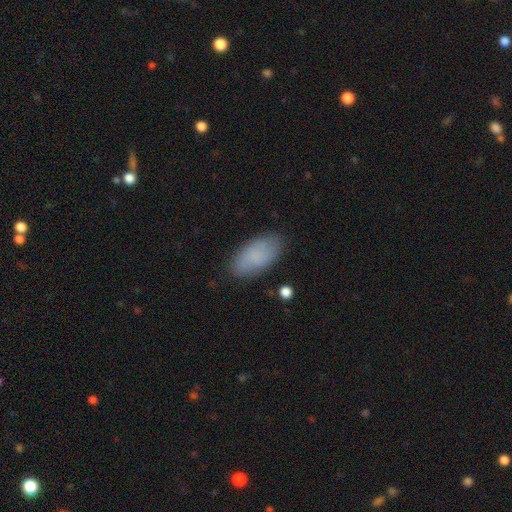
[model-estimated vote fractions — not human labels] A smooth galaxy with no disk features (76%) that is in between round and cigar-shaped (93%). Merging: none (82%).